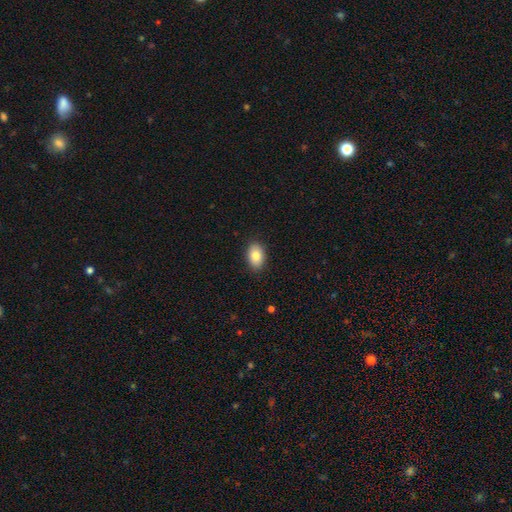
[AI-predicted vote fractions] The model was most divided on "how rounded": in between: 87%, round: 12%, cigar-shaped: 1%. More confident: merging — none (89%); smooth or featured — smooth (84%).